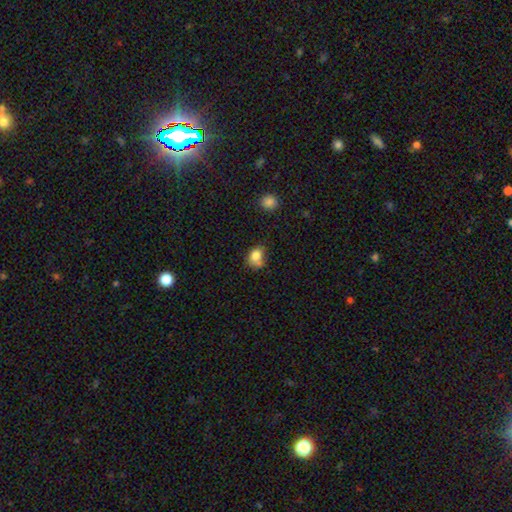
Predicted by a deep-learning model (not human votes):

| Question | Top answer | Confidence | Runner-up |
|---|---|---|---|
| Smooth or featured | smooth | 79% | star or artifact (11%) |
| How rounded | in between | 51% | round (48%) |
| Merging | none | 44% | minor disturbance (29%) |